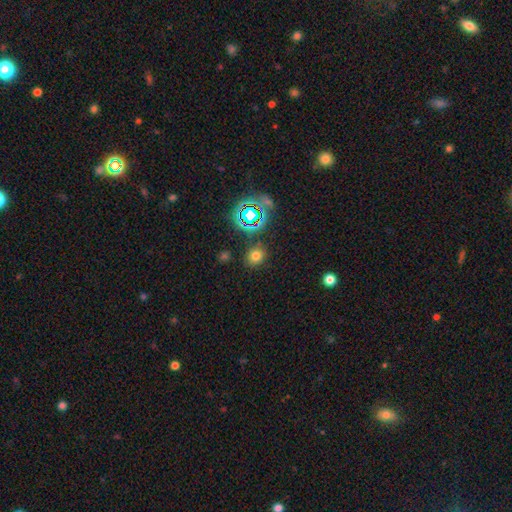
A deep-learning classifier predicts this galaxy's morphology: smooth-or-featured: smooth: 68% | star or artifact: 24% | featured or disk: 8%
  how-rounded: round: 74% | in between: 25% | cigar-shaped: 1%
  merging: none: 84% | minor disturbance: 9% | merger: 4% | major disturbance: 3%